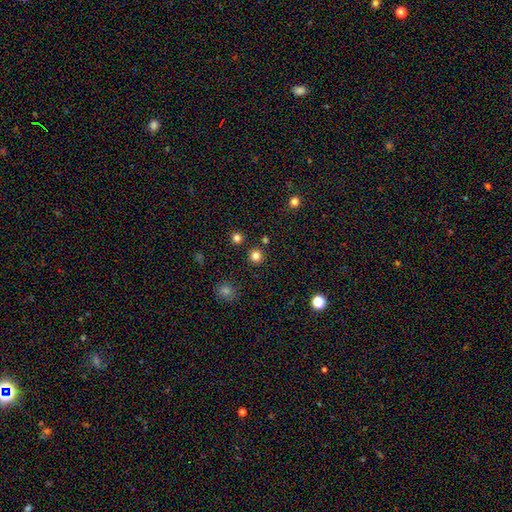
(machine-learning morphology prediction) A smooth galaxy with no disk features (80%) that is round (95%).

Vote fractions:
- Smooth or featured? smooth: 80% / star or artifact: 15% / featured or disk: 4%
- How rounded? round: 95% / in between: 5% / cigar-shaped: 1%
- Merging? none: 90% / minor disturbance: 5% / merger: 4% / major disturbance: 2%